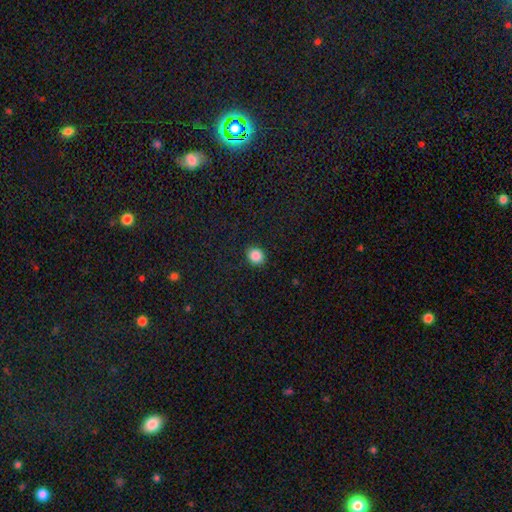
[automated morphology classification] Smooth or featured? Predicted: smooth (p=0.87). How rounded? Predicted: round (p=0.79). Merging? Predicted: none (p=0.91).